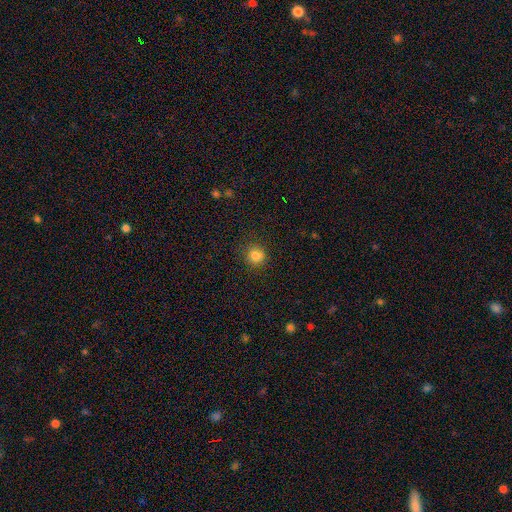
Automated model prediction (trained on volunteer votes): Smooth or featured? smooth (83%)
How rounded? round (90%)
Merging? none (88%)